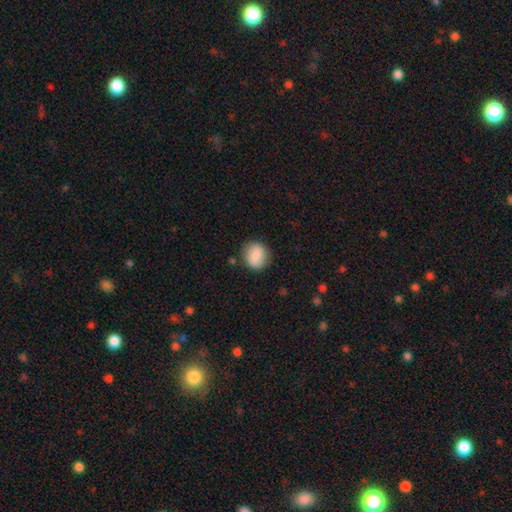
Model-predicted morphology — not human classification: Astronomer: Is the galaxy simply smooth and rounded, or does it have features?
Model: smooth — 83%.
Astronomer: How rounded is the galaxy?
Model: round — 74%.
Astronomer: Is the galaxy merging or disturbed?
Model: none — 83%.